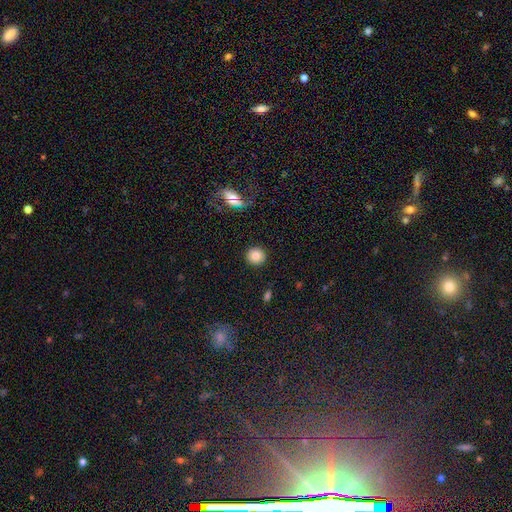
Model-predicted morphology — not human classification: A smooth galaxy with no disk features (81%) that is round (93%).

Vote fractions:
- Smooth or featured? smooth: 81% / featured or disk: 10% / star or artifact: 9%
- How rounded? round: 93% / in between: 6% / cigar-shaped: 1%
- Merging? none: 91% / minor disturbance: 5% / major disturbance: 2% / merger: 1%